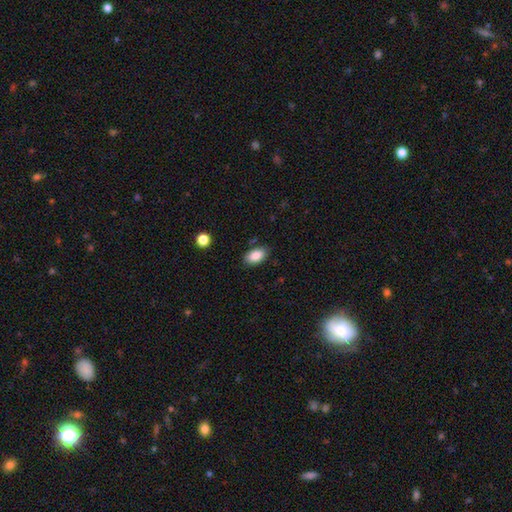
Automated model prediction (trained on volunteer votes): The model was most divided on "merging": none: 82%, minor disturbance: 13%, major disturbance: 3%, merger: 2%. More confident: how rounded — in between (92%); smooth or featured — smooth (87%).